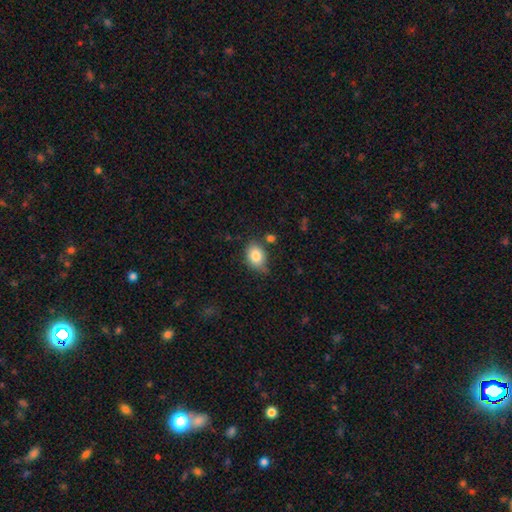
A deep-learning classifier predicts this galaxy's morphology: Q: Smooth or featured?
A: smooth (84%); runner-up: featured or disk (8%)
Q: How rounded?
A: in between (74%); runner-up: round (25%)
Q: Merging?
A: none (67%); runner-up: minor disturbance (23%)